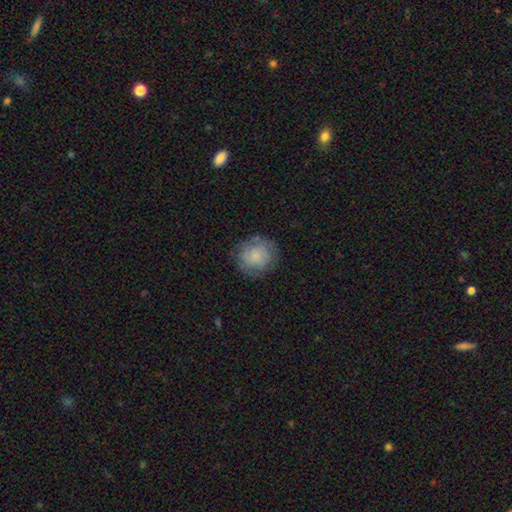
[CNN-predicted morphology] smooth 75%, featured or disk 18%, star or artifact 8%. Down the decision tree: how rounded — round (89%); merging — none (79%).